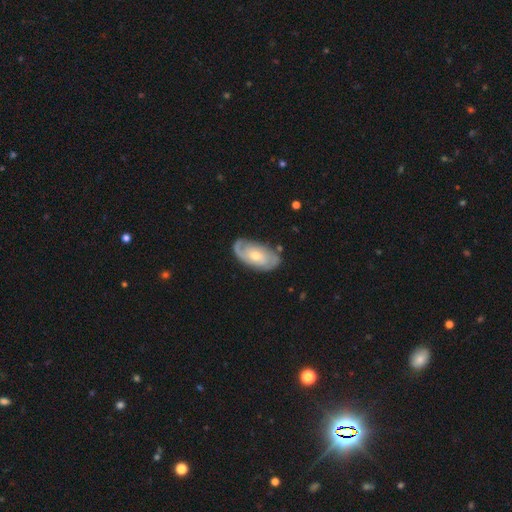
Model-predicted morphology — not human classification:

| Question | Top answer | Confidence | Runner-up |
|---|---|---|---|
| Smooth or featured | featured or disk | 75% | smooth (20%) |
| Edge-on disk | no | 94% | yes (6%) |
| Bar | no | 66% | weak (29%) |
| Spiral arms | yes | 91% | no (9%) |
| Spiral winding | tight | 52% | medium (34%) |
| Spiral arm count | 2 | 53% | can't tell (21%) |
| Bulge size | moderate | 57% | small (36%) |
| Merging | none | 74% | minor disturbance (18%) |